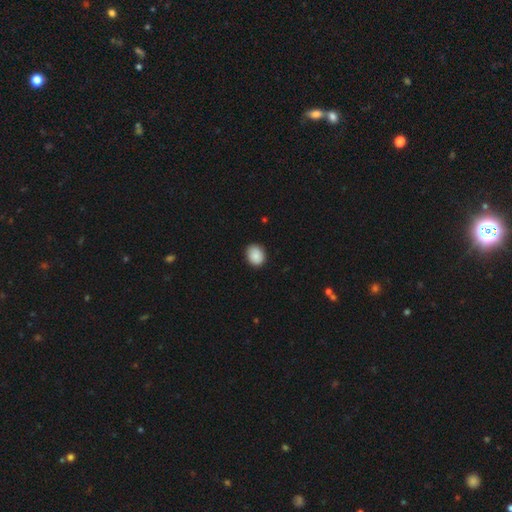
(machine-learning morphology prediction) type=smooth (88%); roundness=round (54%); merging=none (87%).